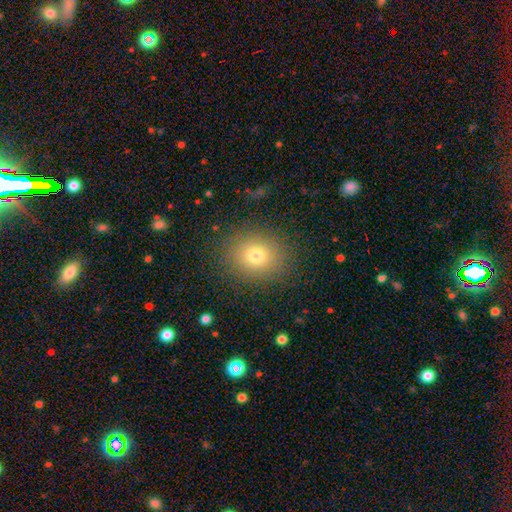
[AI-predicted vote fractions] The model was most divided on "how rounded": round: 71%, in between: 28%, cigar-shaped: 1%. More confident: merging — none (87%); smooth or featured — smooth (75%).